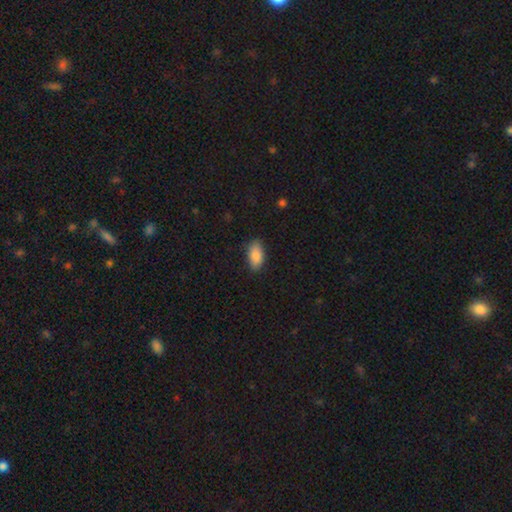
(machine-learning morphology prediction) Smooth or featured: smooth — 88% (star or artifact — 7%)
How rounded: in between — 92% (cigar-shaped — 5%)
Merging: none — 85% (minor disturbance — 12%)